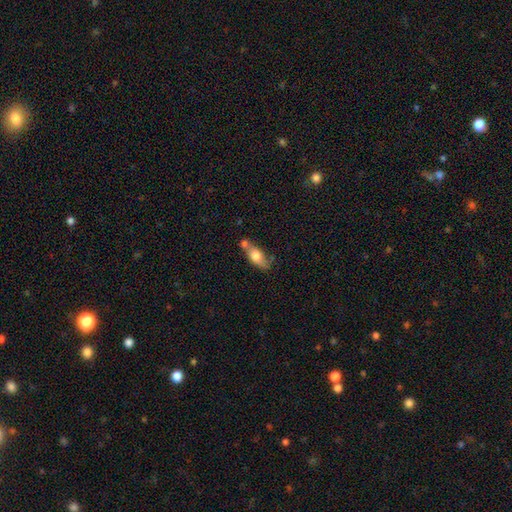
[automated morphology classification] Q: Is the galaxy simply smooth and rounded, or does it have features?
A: smooth — 66%.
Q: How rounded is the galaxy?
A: in between — 75%.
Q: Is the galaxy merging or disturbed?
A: none — 39%.